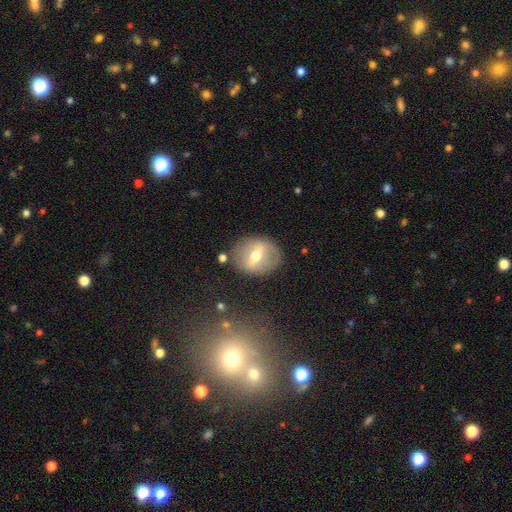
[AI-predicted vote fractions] This appears to be a featured or disk galaxy (57%). Merging: none (81%).